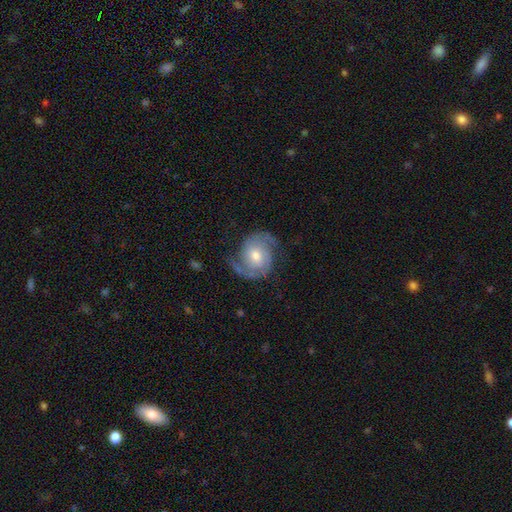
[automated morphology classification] Smooth or featured: featured or disk — 87% (smooth — 8%)
Edge-on disk: no — 98% (yes — 2%)
Bar: no — 61% (weak — 33%)
Spiral arms: yes — 97% (no — 3%)
Spiral winding: medium — 47% (tight — 34%)
Spiral arm count: 2 — 88% (can't tell — 4%)
Bulge size: moderate — 63% (small — 29%)
Merging: none — 72% (minor disturbance — 18%)